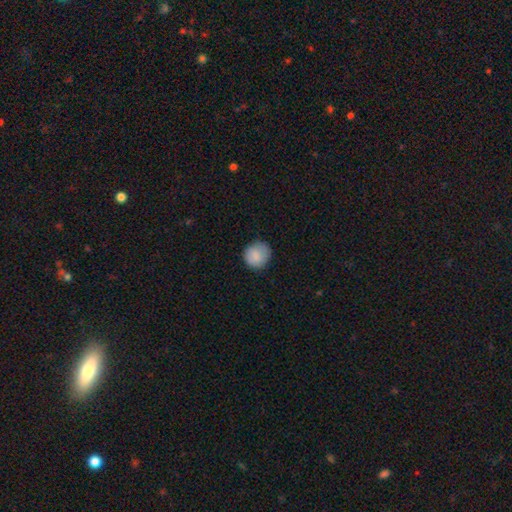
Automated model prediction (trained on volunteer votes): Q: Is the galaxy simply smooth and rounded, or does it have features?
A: smooth — 86%.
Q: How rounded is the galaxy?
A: round — 88%.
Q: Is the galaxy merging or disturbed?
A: none — 79%.